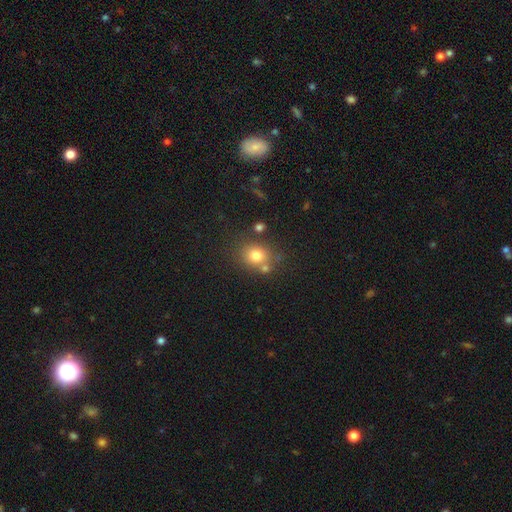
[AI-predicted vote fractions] Smooth or featured? smooth (76%)
How rounded? round (70%)
Merging? none (68%)